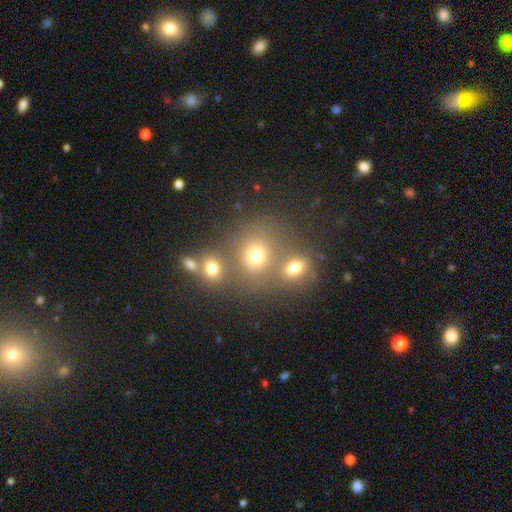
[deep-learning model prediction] This appears to be a smooth galaxy with no disk features (71%) that is round (70%). Merging: none (47%).